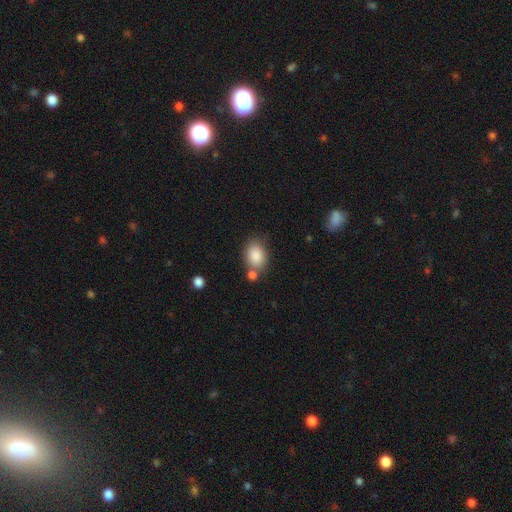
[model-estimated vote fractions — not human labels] Smooth or featured? Predicted: smooth (p=0.86). How rounded? Predicted: in between (p=0.71). Merging? Predicted: none (p=0.61).